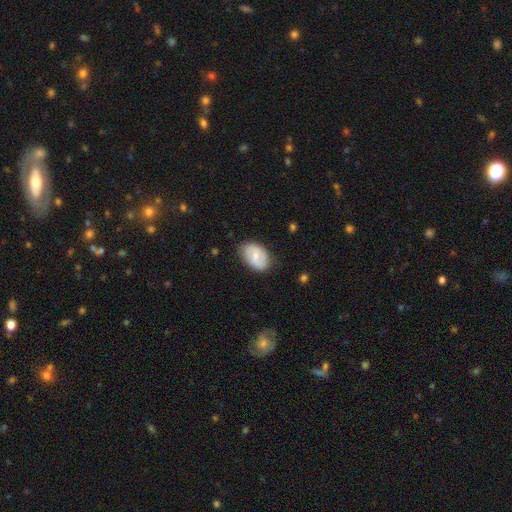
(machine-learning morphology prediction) Smooth or featured? Predicted: smooth (p=0.50). Merging? Predicted: none (p=0.77).